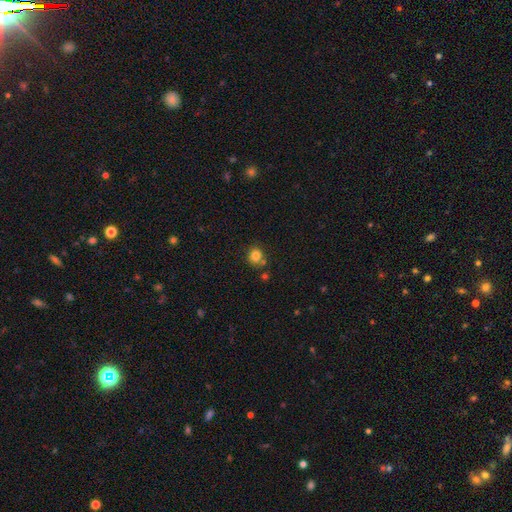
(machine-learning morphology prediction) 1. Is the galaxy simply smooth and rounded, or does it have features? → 82% smooth, 12% star or artifact, 6% featured or disk.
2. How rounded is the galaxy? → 82% round, 17% in between, 1% cigar-shaped.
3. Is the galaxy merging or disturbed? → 71% none, 13% merger, 13% minor disturbance, 4% major disturbance.